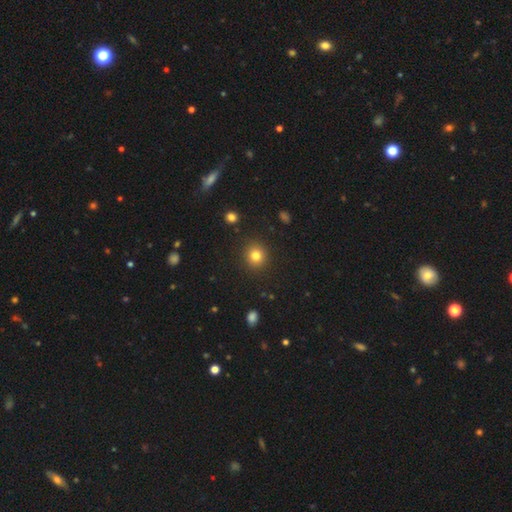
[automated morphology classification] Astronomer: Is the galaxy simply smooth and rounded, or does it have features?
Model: smooth — 80%.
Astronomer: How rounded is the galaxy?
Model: round — 87%.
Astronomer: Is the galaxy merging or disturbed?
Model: none — 90%.